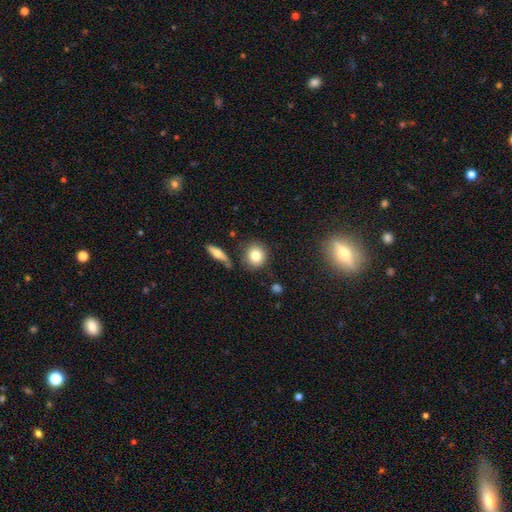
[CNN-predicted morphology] A smooth galaxy with no disk features (80%) that is round (83%).

Vote fractions:
- Smooth or featured? smooth: 80% / featured or disk: 11% / star or artifact: 9%
- How rounded? round: 83% / in between: 16% / cigar-shaped: 2%
- Merging? none: 82% / minor disturbance: 10% / merger: 6% / major disturbance: 3%